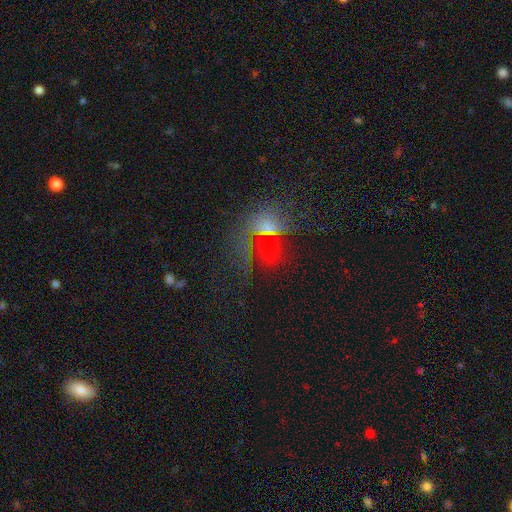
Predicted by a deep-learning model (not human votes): Smooth or featured?
  - featured or disk: 43% *
  - smooth: 31%
  - star or artifact: 26%
Merging?
  - merger: 38% *
  - major disturbance: 26%
  - none: 24%
  - minor disturbance: 11%